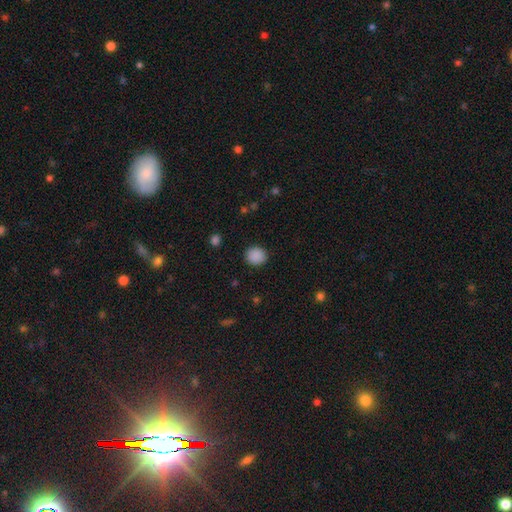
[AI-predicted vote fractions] Q: Smooth or featured?
A: smooth (88%); runner-up: star or artifact (9%)
Q: How rounded?
A: round (77%); runner-up: in between (22%)
Q: Merging?
A: none (88%); runner-up: minor disturbance (8%)